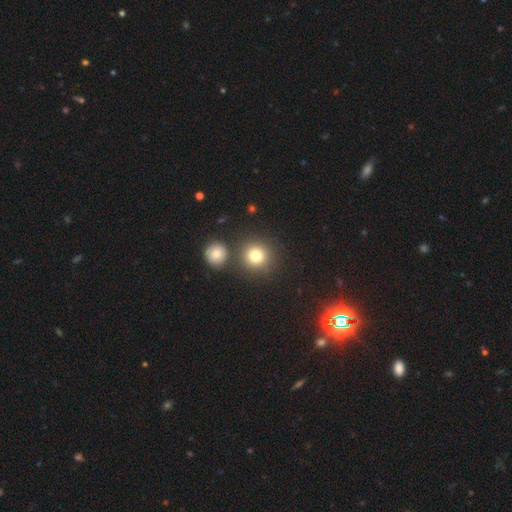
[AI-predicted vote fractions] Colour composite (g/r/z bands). It shows a smooth galaxy with no disk features (78%) that is round (93%). Merging: none (80%).